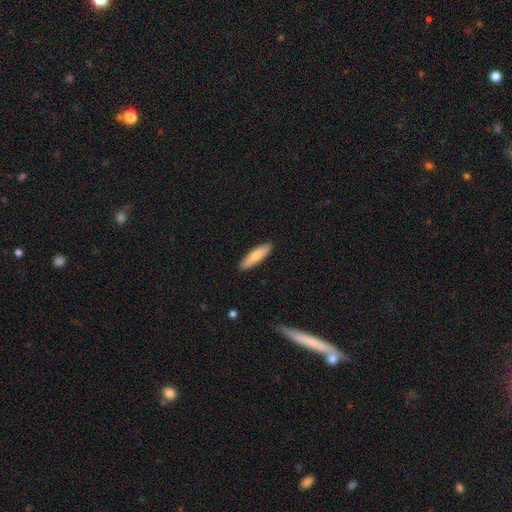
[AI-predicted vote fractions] smooth-or-featured: smooth: 76% | featured or disk: 18% | star or artifact: 5%
  how-rounded: cigar-shaped: 65% | in between: 33% | round: 2%
  merging: none: 90% | minor disturbance: 7% | major disturbance: 2% | merger: 1%